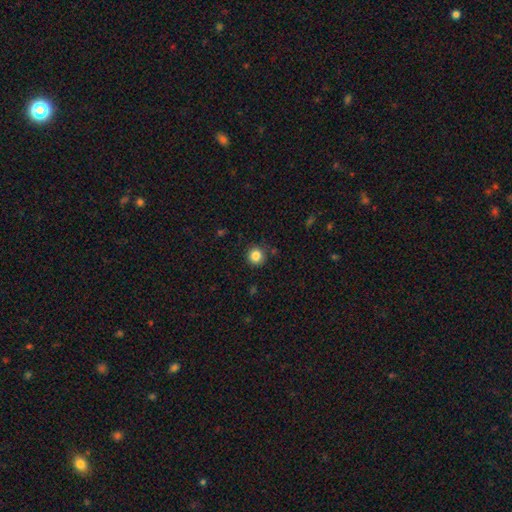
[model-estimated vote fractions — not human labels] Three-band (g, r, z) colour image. It shows a smooth galaxy with no disk features (84%) that is round (94%). Merging: none (89%).